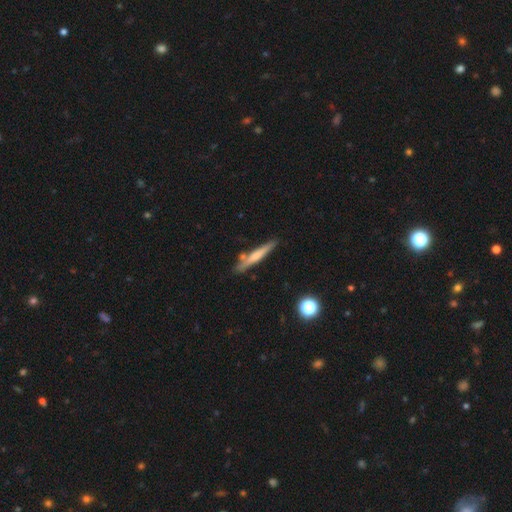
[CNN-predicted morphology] Smooth or featured: smooth — 53% (featured or disk — 40%)
How rounded: cigar-shaped — 93% (in between — 5%)
Merging: none — 77% (minor disturbance — 12%)